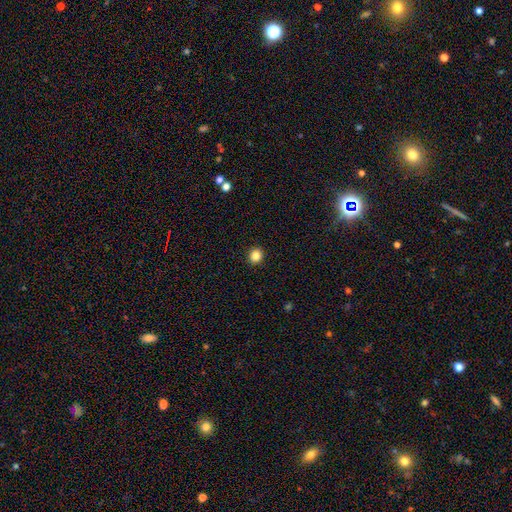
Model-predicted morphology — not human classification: A smooth galaxy with no disk features (85%) that is round (81%). Merging: none (92%).